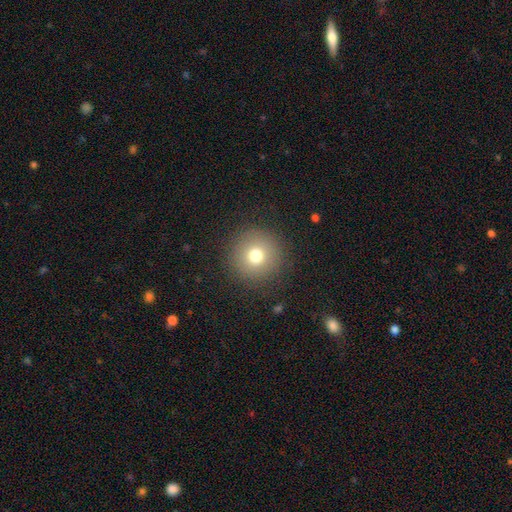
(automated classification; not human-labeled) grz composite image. It shows a smooth galaxy with no disk features (75%) that is round (96%). Merging: none (90%).